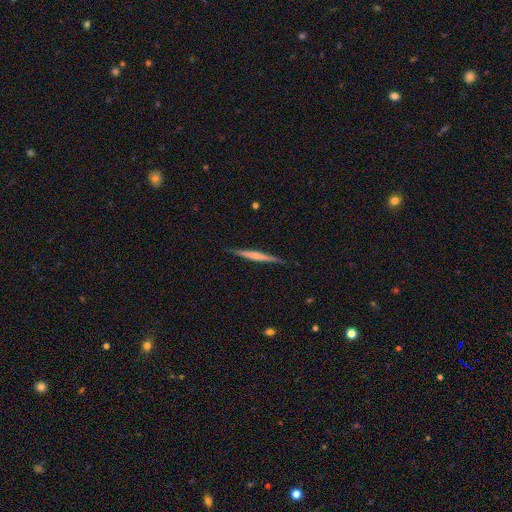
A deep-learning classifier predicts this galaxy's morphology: Overall: featured or disk (51%; smooth 44%). Edge-on disk: yes (98%). Merging: none (89%).